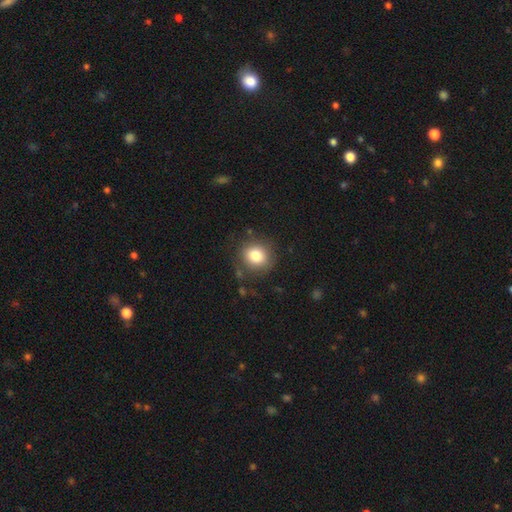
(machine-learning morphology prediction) Smooth or featured? smooth (81%)
How rounded? round (86%)
Merging? none (83%)